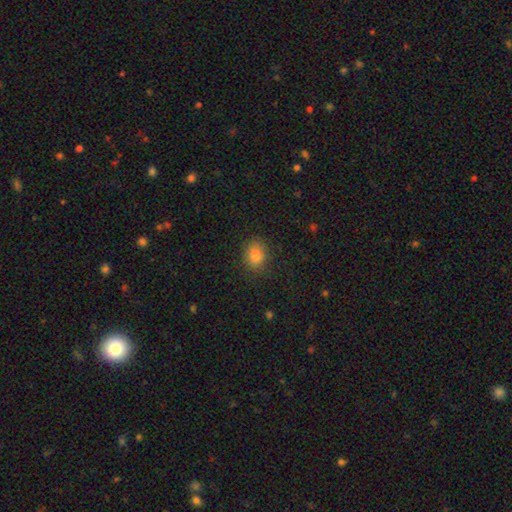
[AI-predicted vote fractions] A smooth galaxy with no disk features (82%) that is round (50%). Merging: none (83%).